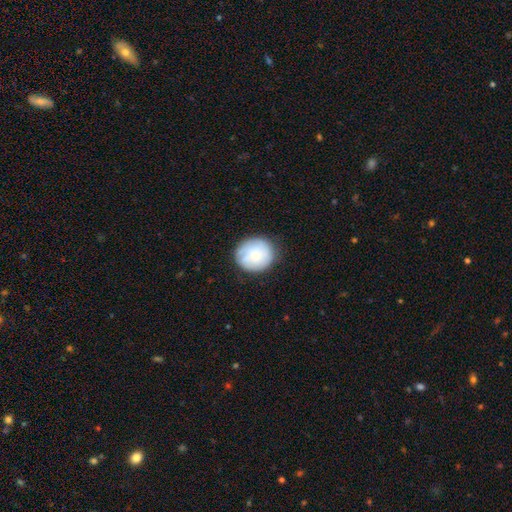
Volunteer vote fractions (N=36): A smooth galaxy with no disk features (67%) that is round (88%). Merging: none (71%).